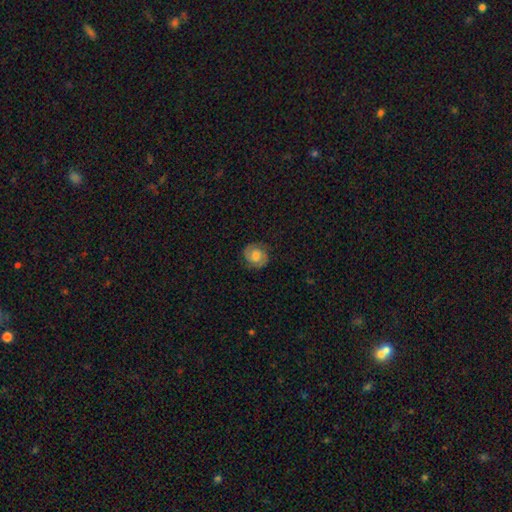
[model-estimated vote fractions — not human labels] Q: Smooth or featured?
A: featured or disk (56%); runner-up: smooth (36%)
Q: Edge-on disk?
A: no (98%); runner-up: yes (2%)
Q: Bar?
A: no (68%); runner-up: weak (27%)
Q: Spiral arms?
A: yes (89%); runner-up: no (11%)
Q: Bulge size?
A: moderate (58%); runner-up: small (19%)
Q: Merging?
A: none (82%); runner-up: minor disturbance (13%)